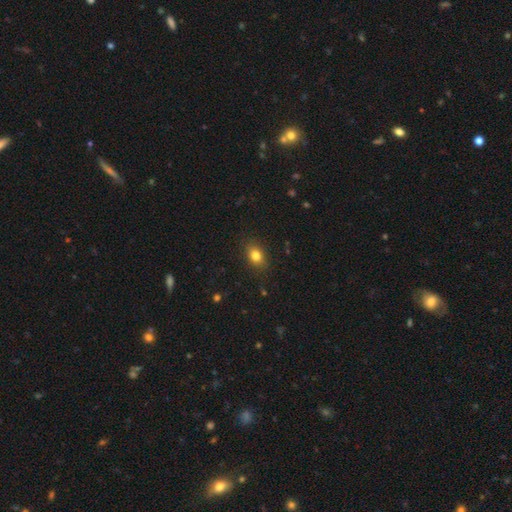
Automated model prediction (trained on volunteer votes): Smooth or featured: smooth — 81% (star or artifact — 11%)
How rounded: in between — 72% (round — 27%)
Merging: none — 86% (minor disturbance — 10%)